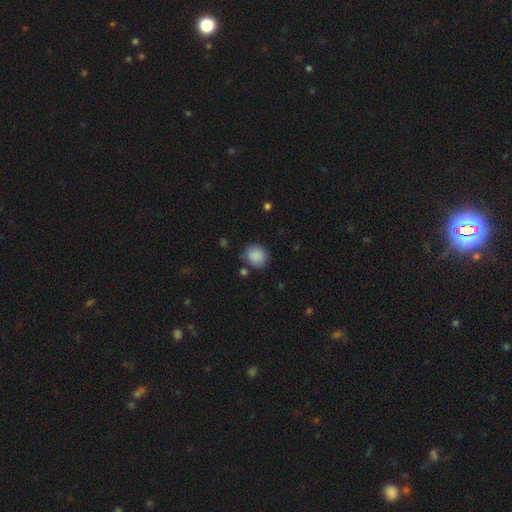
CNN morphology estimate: Smooth or featured: smooth — 88% (star or artifact — 8%)
How rounded: round — 80% (in between — 19%)
Merging: none — 79% (minor disturbance — 13%)